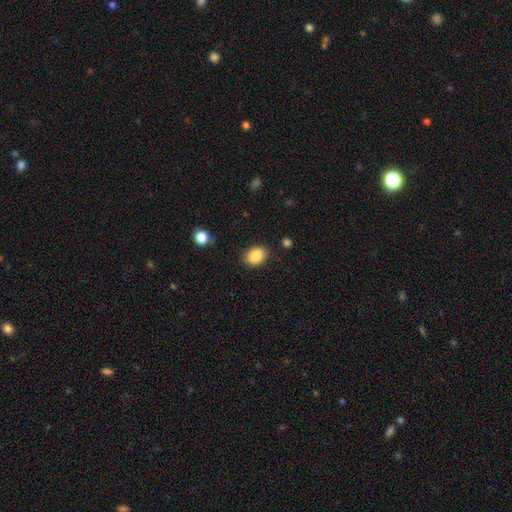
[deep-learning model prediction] Smooth or featured? smooth (88%)
How rounded? in between (77%)
Merging? none (84%)